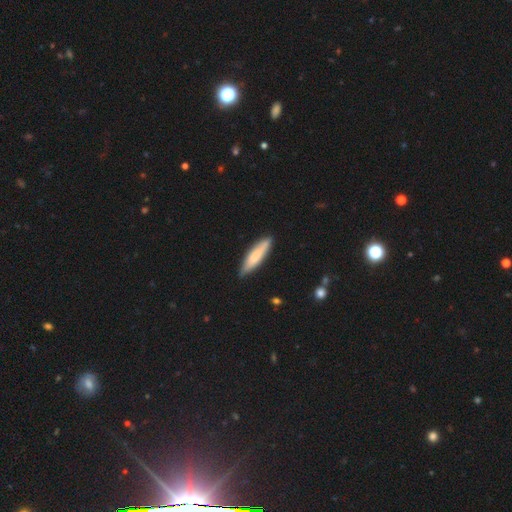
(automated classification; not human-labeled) Overall: smooth (73%). How rounded: cigar-shaped (79%). Merging: none (82%).